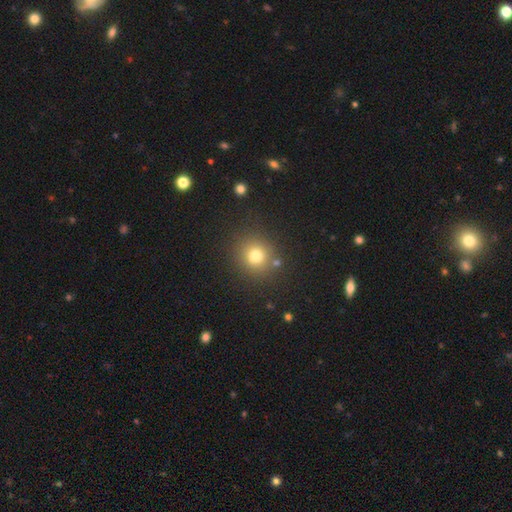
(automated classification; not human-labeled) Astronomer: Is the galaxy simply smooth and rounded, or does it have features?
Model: smooth — 74%.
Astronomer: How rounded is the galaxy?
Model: round — 88%.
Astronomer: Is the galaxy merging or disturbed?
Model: none — 80%.